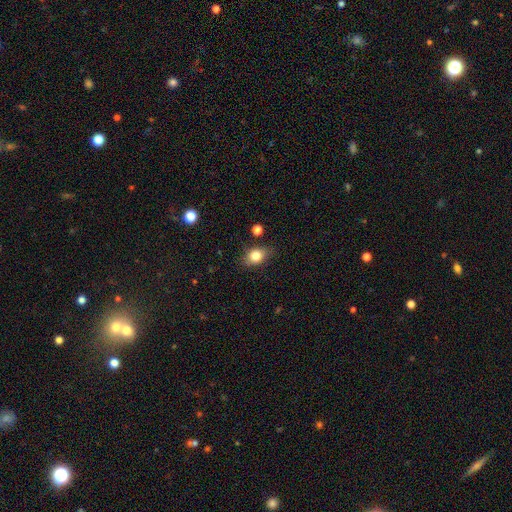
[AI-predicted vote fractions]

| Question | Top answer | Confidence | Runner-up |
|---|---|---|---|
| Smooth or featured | smooth | 80% | featured or disk (10%) |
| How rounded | in between | 66% | round (32%) |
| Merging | none | 77% | minor disturbance (16%) |